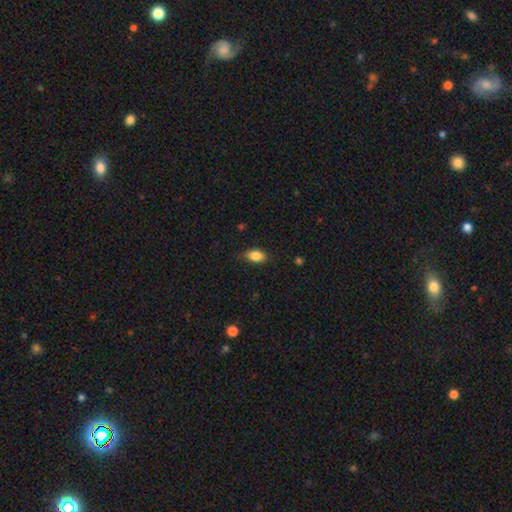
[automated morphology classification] Smooth or featured? smooth (84%)
How rounded? in between (86%)
Merging? none (81%)